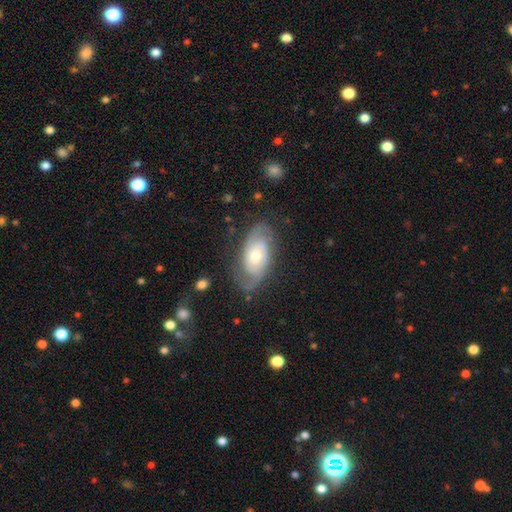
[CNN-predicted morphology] Smooth or featured: featured or disk — 79% (smooth — 16%)
Edge-on disk: no — 94% (yes — 6%)
Bar: no — 69% (weak — 25%)
Spiral arms: yes — 93% (no — 7%)
Spiral winding: tight — 48% (medium — 38%)
Spiral arm count: 2 — 78% (can't tell — 12%)
Bulge size: moderate — 58% (small — 34%)
Merging: none — 74% (minor disturbance — 16%)